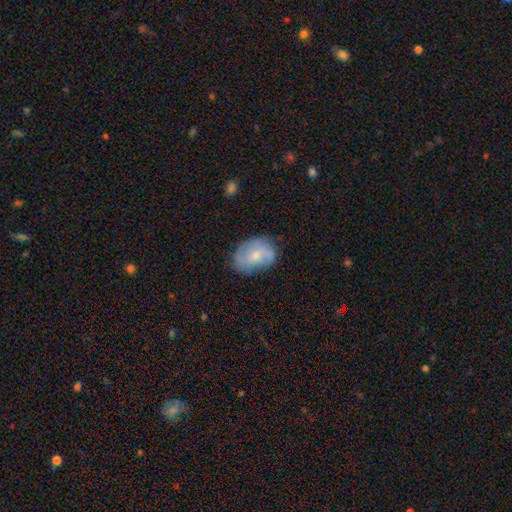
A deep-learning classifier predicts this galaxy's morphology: featured or disk 52%, smooth 41%, star or artifact 7%. Down the decision tree: edge-on disk — no (96%); bar — no (63%); spiral arms — yes (81%); bulge size — small (51%); merging — none (67%).